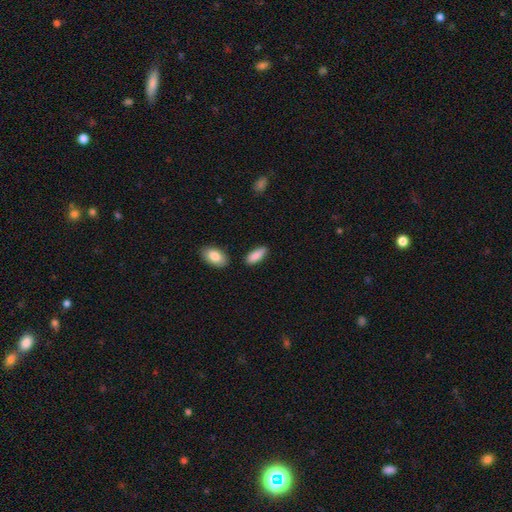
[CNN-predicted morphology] Smooth or featured? smooth (89%)
How rounded? in between (80%)
Merging? none (82%)